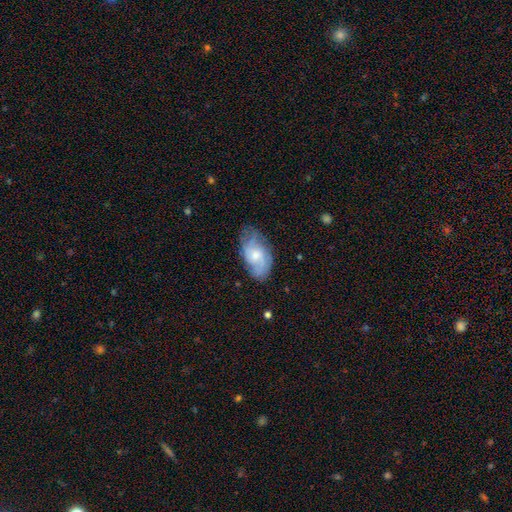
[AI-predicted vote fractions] A featured or disk galaxy (61%) with no bar (63%), spiral arms (85%) and a moderate central bulge (45%). Merging: none (66%).